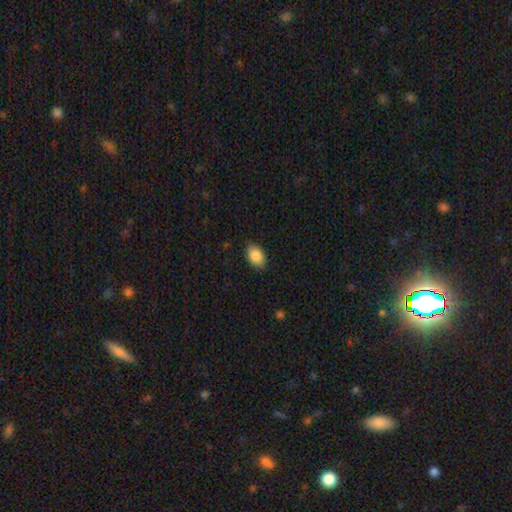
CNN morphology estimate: smooth 87%, star or artifact 7%, featured or disk 5%. Down the decision tree: how rounded — in between (84%); merging — none (86%).